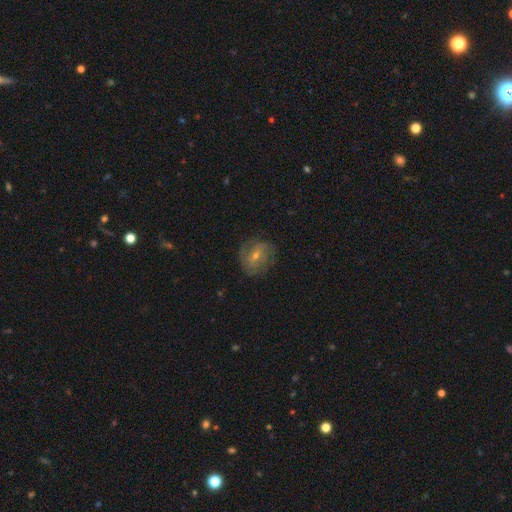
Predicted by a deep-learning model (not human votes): smooth-or-featured: featured or disk: 57% | smooth: 30% | star or artifact: 13%
  disk-edge-on: no: 96% | yes: 4%
    bar: no: 52% | weak: 38% | strong: 11%
    has-spiral-arms: yes: 76% | no: 24%
    bulge-size: small: 55% | moderate: 41% | none: 2% | large: 2% | dominant: 1%
  merging: none: 76% | minor disturbance: 16% | major disturbance: 7% | merger: 1%